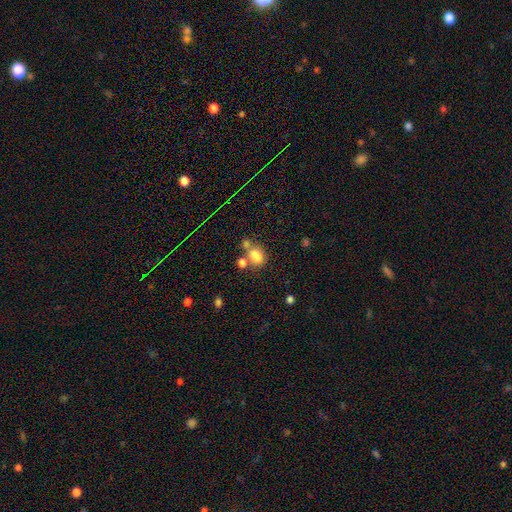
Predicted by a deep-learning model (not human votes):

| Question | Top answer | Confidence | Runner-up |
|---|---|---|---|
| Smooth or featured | smooth | 73% | star or artifact (14%) |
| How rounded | in between | 70% | round (28%) |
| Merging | merger | 39% | none (38%) |